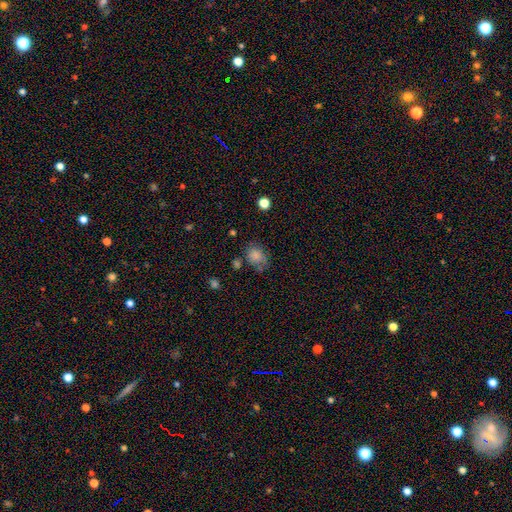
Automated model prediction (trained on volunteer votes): Smooth or featured?
  - smooth: 80% *
  - star or artifact: 11%
  - featured or disk: 9%
How rounded?
  - in between: 52% *
  - round: 47%
  - cigar-shaped: 1%
Merging?
  - none: 57% *
  - minor disturbance: 25%
  - major disturbance: 10%
  - merger: 7%